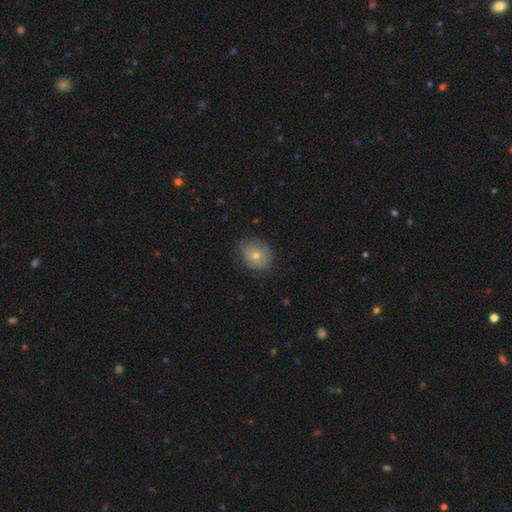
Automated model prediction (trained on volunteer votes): A smooth galaxy with no disk features (63%) that is round (60%).

Vote fractions:
- Smooth or featured? smooth: 63% / featured or disk: 26% / star or artifact: 10%
- How rounded? round: 60% / in between: 39% / cigar-shaped: 1%
- Merging? none: 73% / minor disturbance: 21% / major disturbance: 5% / merger: 1%